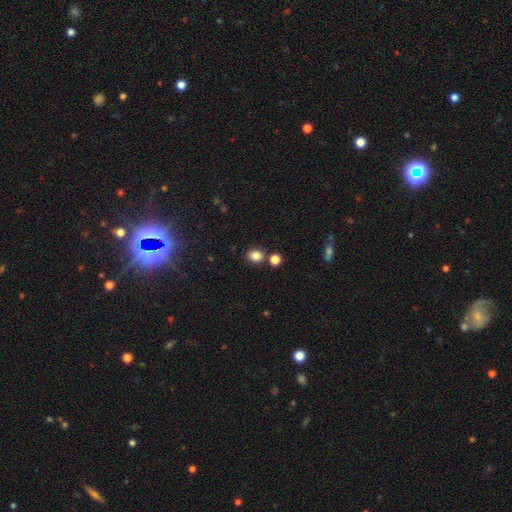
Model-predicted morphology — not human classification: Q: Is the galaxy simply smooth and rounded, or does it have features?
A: smooth — 83%.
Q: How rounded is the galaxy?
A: round — 58%.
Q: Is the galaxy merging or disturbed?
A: none — 76%.